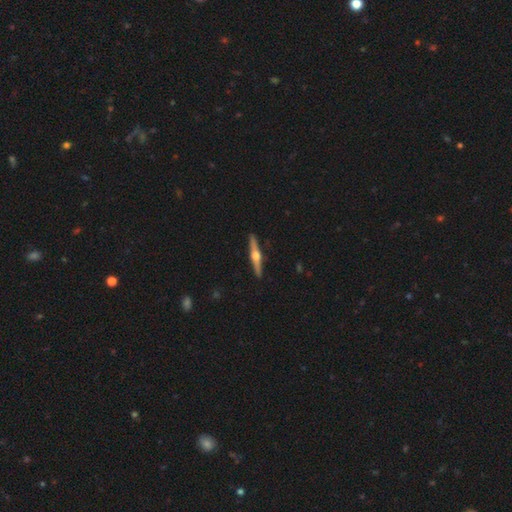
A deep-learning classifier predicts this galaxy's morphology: featured or disk 76%, smooth 19%, star or artifact 5%. Down the decision tree: edge-on disk — yes (98%); edge-on bulge — rounded (95%); merging — none (92%).